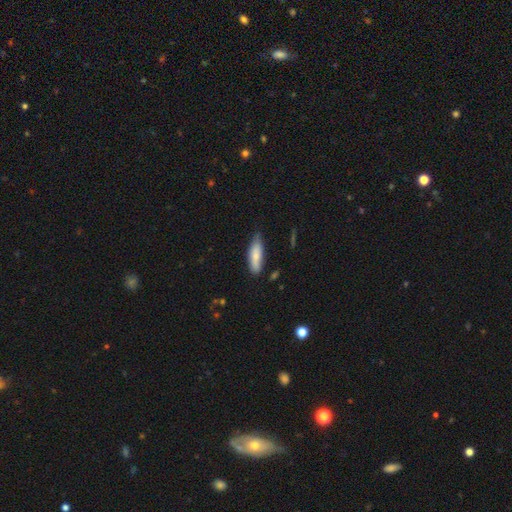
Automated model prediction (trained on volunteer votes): Smooth or featured?
  - smooth: 78% *
  - featured or disk: 16%
  - star or artifact: 6%
How rounded?
  - in between: 52% *
  - cigar-shaped: 46%
  - round: 2%
Merging?
  - none: 62% *
  - minor disturbance: 31%
  - major disturbance: 5%
  - merger: 2%